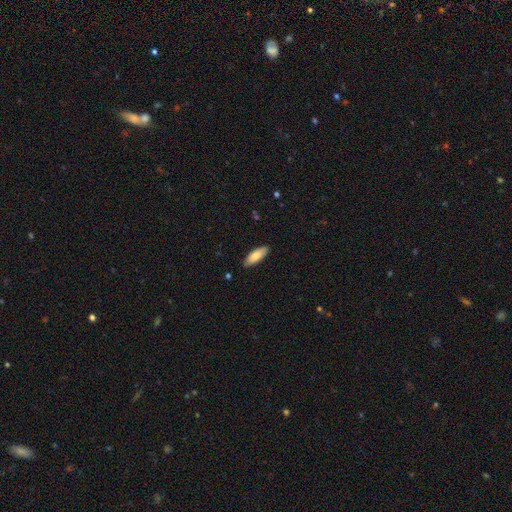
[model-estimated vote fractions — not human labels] Morphology: type=smooth (79%); roundness=in between (66%); merging=none (87%).